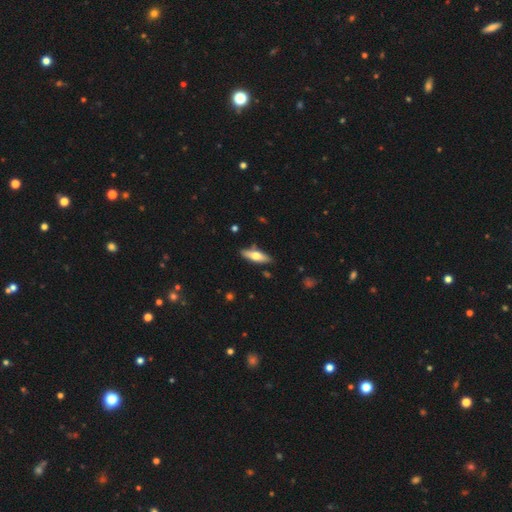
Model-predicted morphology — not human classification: This is possibly a smooth galaxy (55%). How rounded: possibly cigar-shaped (50%). Merging: clearly none (85%).